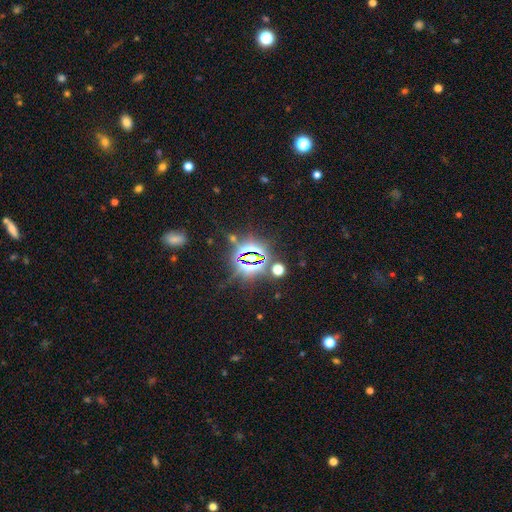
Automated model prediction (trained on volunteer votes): Smooth or featured? star or artifact (83%)